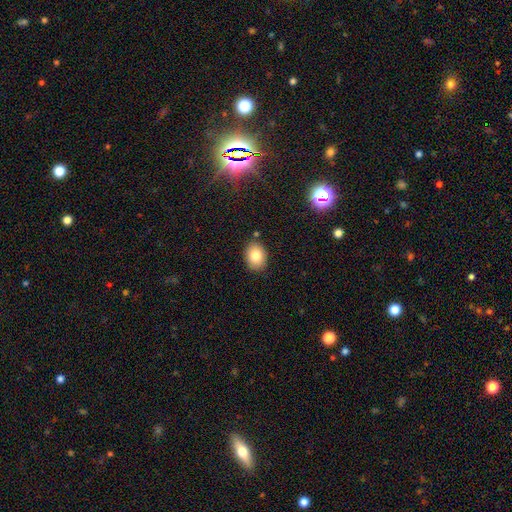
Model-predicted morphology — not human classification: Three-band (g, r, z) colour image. It shows a smooth galaxy with no disk features (81%) that is in between round and cigar-shaped (60%). Merging: none (85%).